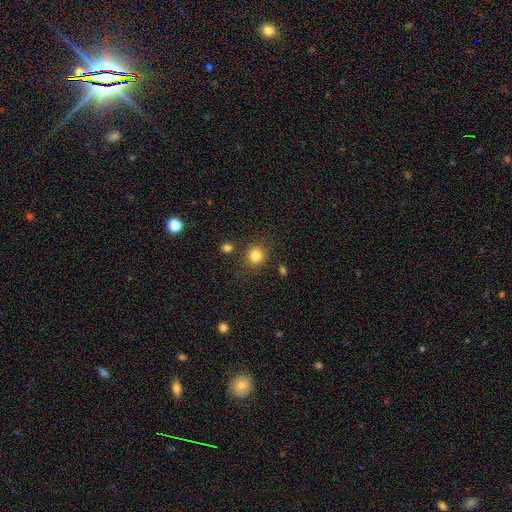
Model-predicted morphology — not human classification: This is clearly a smooth galaxy (82%). How rounded: clearly round (87%). Merging: clearly none (82%).